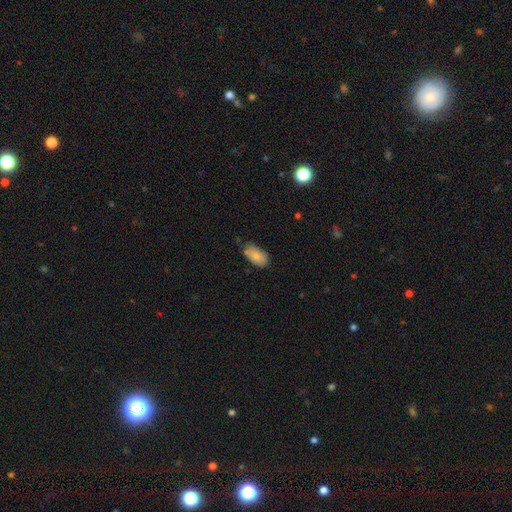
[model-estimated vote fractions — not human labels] This appears to be a smooth galaxy with no disk features (83%) that is in between round and cigar-shaped (94%). Merging: none (68%).